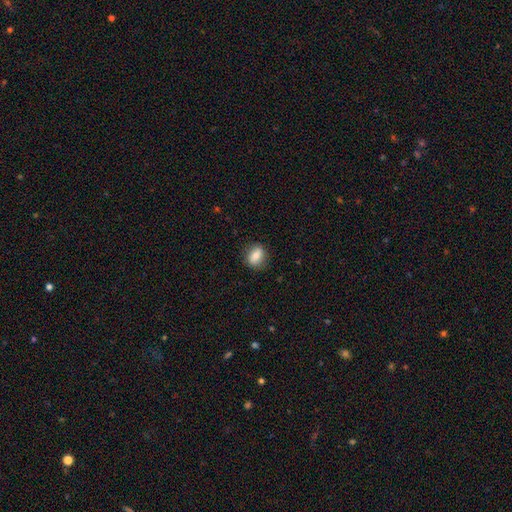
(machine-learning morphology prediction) Q: Smooth or featured?
A: smooth (78%); runner-up: featured or disk (14%)
Q: How rounded?
A: in between (63%); runner-up: round (34%)
Q: Merging?
A: none (84%); runner-up: minor disturbance (12%)